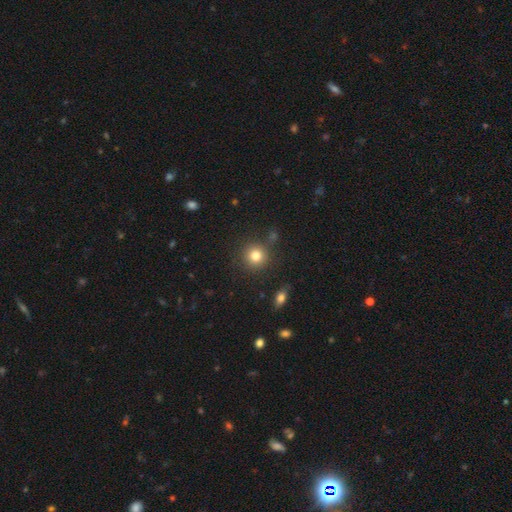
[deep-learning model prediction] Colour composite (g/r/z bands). It shows a smooth galaxy with no disk features (81%) that is round (92%). Merging: none (84%).